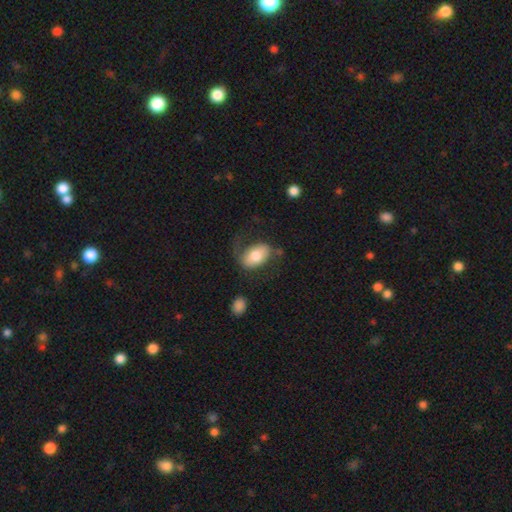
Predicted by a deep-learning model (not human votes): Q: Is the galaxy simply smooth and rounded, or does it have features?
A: smooth — 65%.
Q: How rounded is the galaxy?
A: in between — 88%.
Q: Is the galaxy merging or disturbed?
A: none — 51%.